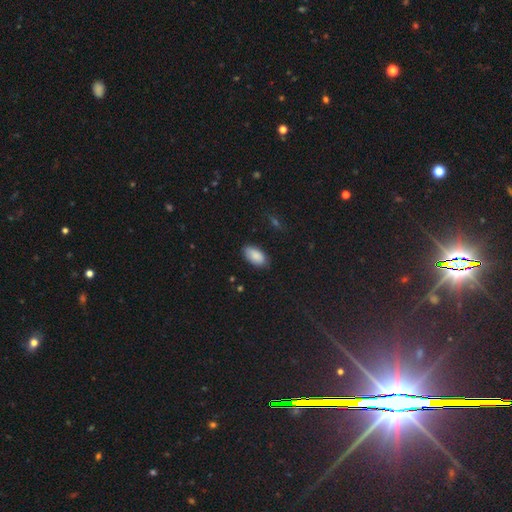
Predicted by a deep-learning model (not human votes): Smooth or featured? Predicted: smooth (p=0.87). How rounded? Predicted: in between (p=0.94). Merging? Predicted: none (p=0.82).